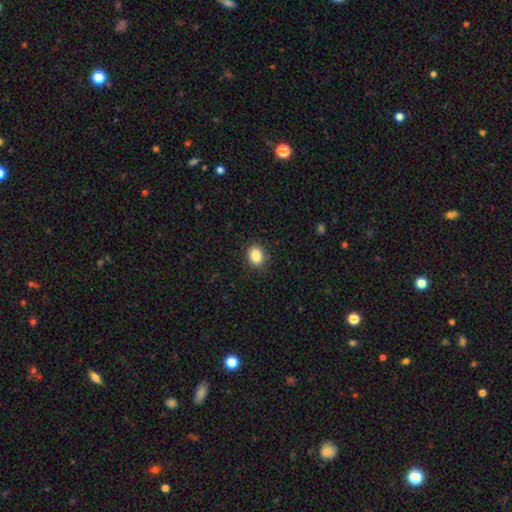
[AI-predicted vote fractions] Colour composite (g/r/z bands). It shows a smooth galaxy with no disk features (86%) that is in between round and cigar-shaped (51%). Merging: none (88%).